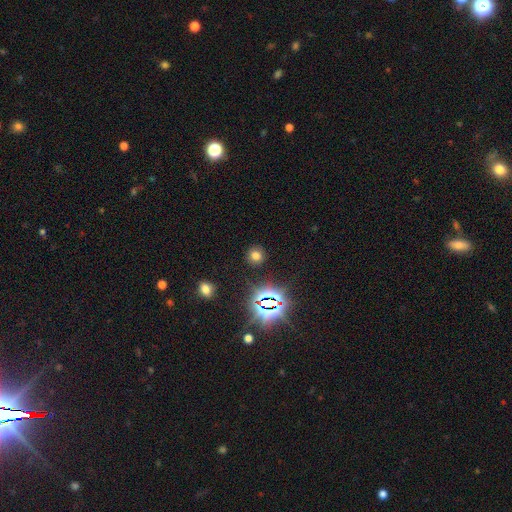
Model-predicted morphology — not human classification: type=smooth (66%); roundness=round (90%); merging=none (89%).